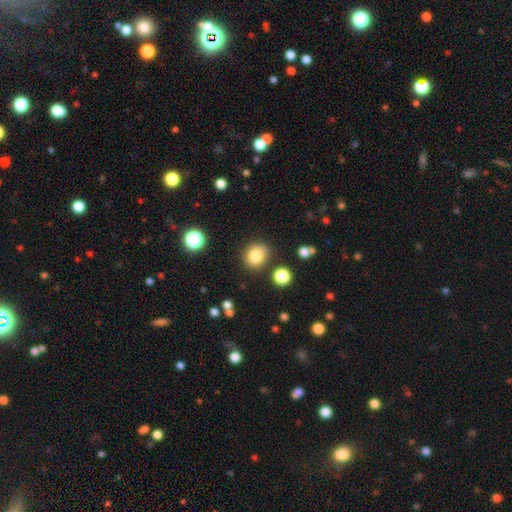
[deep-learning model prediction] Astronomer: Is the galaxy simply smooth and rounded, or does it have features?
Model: smooth — 82%.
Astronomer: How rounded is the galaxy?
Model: round — 77%.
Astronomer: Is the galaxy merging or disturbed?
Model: none — 79%.